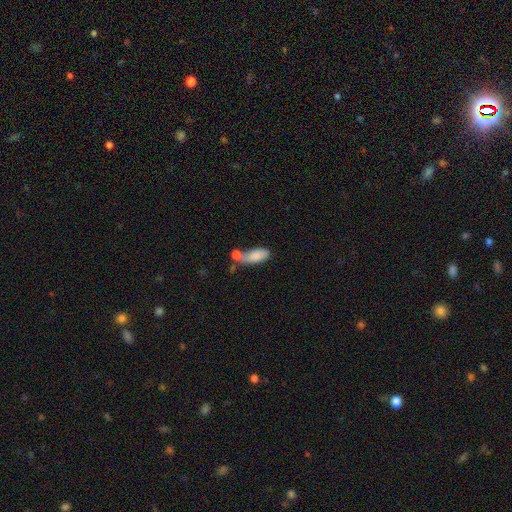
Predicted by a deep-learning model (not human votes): smooth-or-featured: smooth: 79% | featured or disk: 13% | star or artifact: 8%
  how-rounded: in between: 81% | cigar-shaped: 15% | round: 4%
  merging: merger: 51% | none: 23% | minor disturbance: 15% | major disturbance: 11%